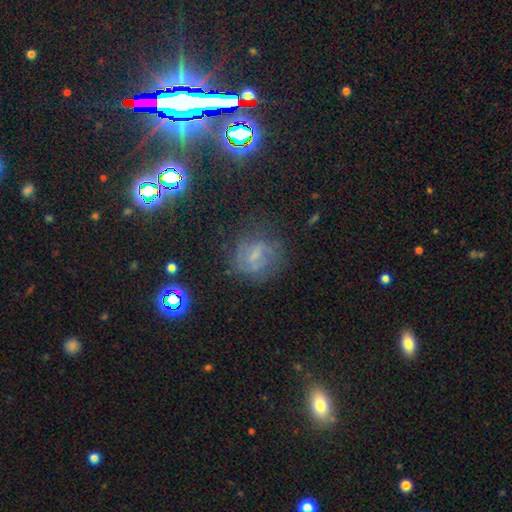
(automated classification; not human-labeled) Q: Smooth or featured?
A: featured or disk (40%); runner-up: smooth (34%)
Q: Merging?
A: none (64%); runner-up: minor disturbance (19%)